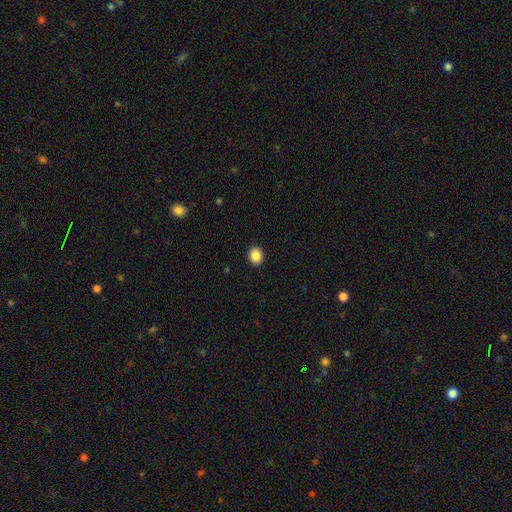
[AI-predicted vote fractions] smooth-or-featured: smooth: 87% | star or artifact: 9% | featured or disk: 4%
  how-rounded: round: 73% | in between: 26% | cigar-shaped: 1%
  merging: none: 92% | minor disturbance: 5% | major disturbance: 2% | merger: 1%